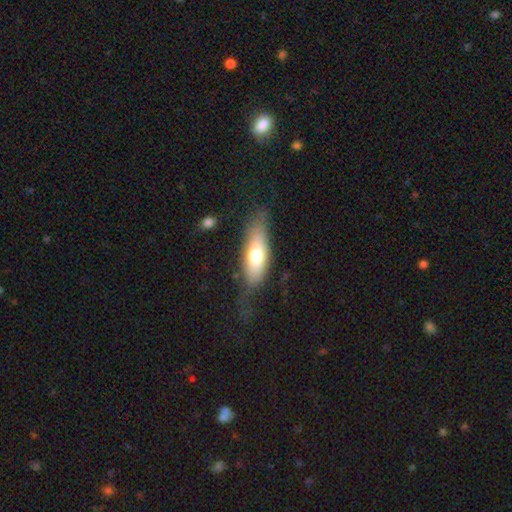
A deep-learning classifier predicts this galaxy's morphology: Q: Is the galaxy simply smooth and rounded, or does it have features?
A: smooth — 68%.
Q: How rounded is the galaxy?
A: in between — 67%.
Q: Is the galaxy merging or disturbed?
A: none — 61%.